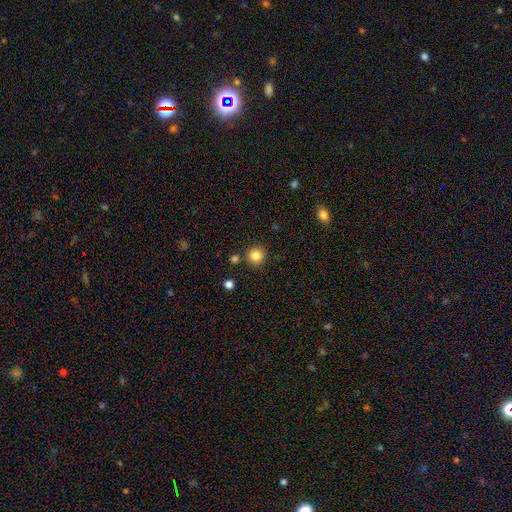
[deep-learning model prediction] Smooth or featured: smooth — 84% (star or artifact — 11%)
How rounded: round — 92% (in between — 7%)
Merging: none — 86% (minor disturbance — 7%)